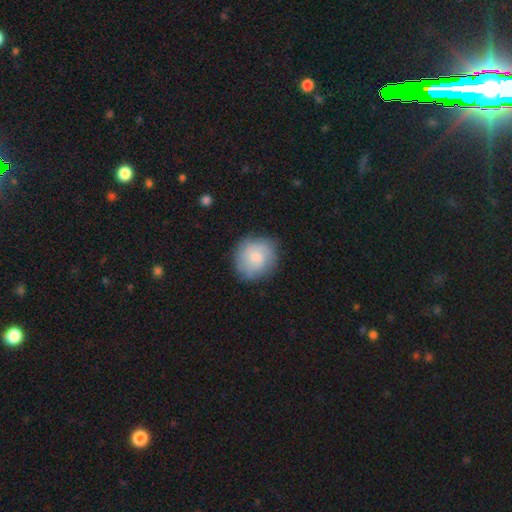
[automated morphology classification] smooth-or-featured: smooth: 67% | featured or disk: 26% | star or artifact: 7%
  how-rounded: round: 88% | in between: 12% | cigar-shaped: 1%
  merging: none: 80% | minor disturbance: 14% | major disturbance: 4% | merger: 1%